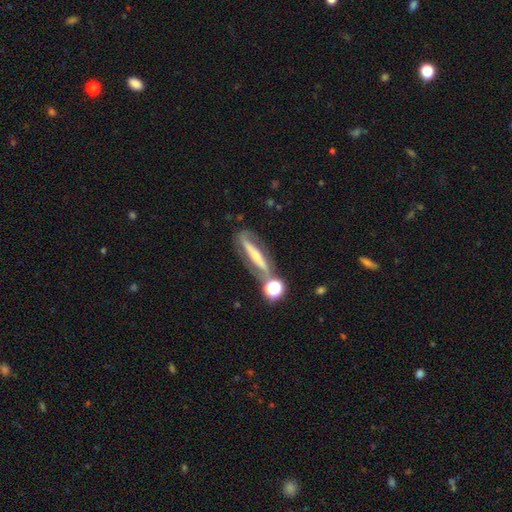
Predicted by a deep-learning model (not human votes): Smooth or featured? featured or disk (69%)
Edge-on disk? no (53%)
Merging? none (61%)